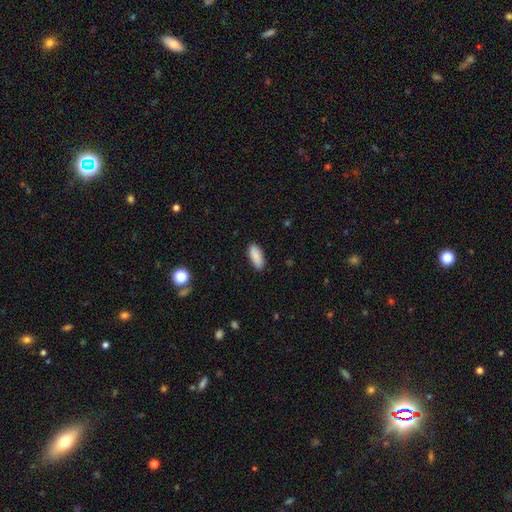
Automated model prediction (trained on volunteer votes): smooth-or-featured: smooth: 88% | star or artifact: 7% | featured or disk: 5%
  how-rounded: in between: 83% | cigar-shaped: 15% | round: 2%
  merging: none: 84% | minor disturbance: 12% | major disturbance: 2% | merger: 1%